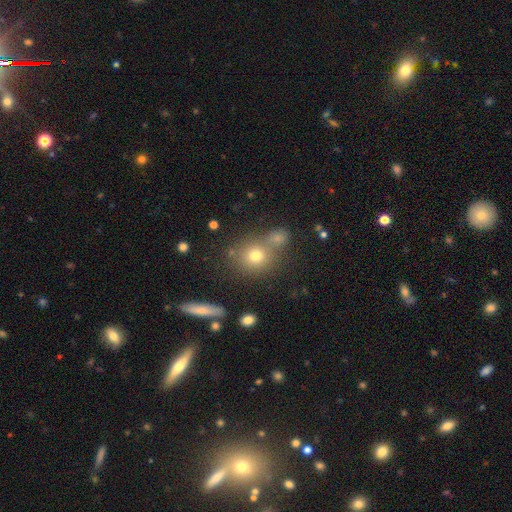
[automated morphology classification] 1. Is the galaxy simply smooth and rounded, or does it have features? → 71% smooth, 15% star or artifact, 13% featured or disk.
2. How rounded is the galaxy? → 81% round, 18% in between, 2% cigar-shaped.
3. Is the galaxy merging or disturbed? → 60% none, 26% merger, 10% minor disturbance, 4% major disturbance.